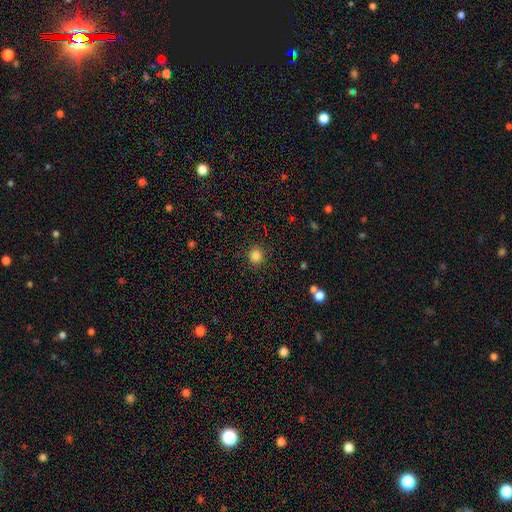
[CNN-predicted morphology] The model was most divided on "smooth or featured": smooth: 85%, star or artifact: 12%, featured or disk: 4%. More confident: merging — none (90%); how rounded — round (89%).